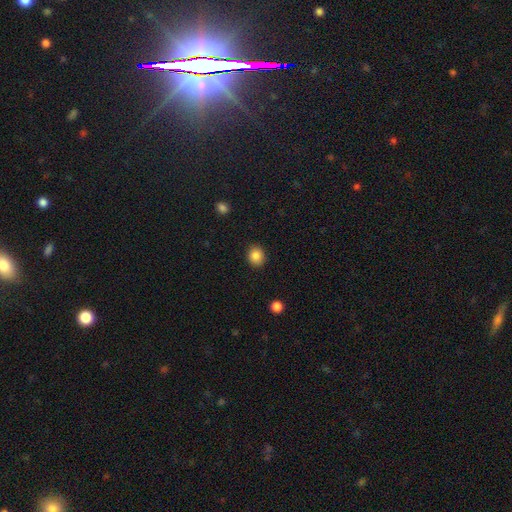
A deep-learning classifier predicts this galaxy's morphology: This appears to be a smooth galaxy with no disk features (87%) that is round (74%). Merging: none (90%).